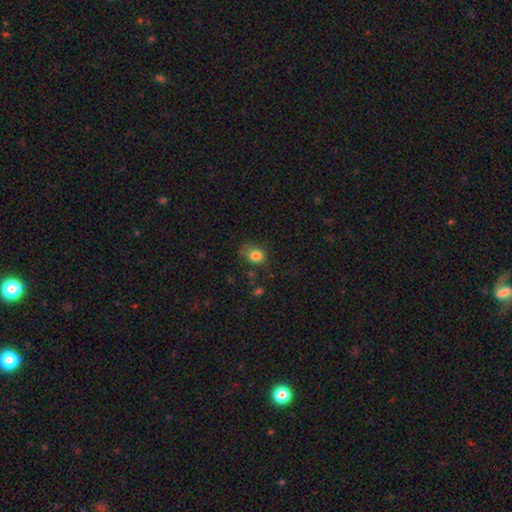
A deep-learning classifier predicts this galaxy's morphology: smooth-or-featured: smooth: 81% | star or artifact: 11% | featured or disk: 9%
  how-rounded: in between: 56% | round: 43% | cigar-shaped: 1%
  merging: none: 49% | minor disturbance: 33% | major disturbance: 15% | merger: 3%